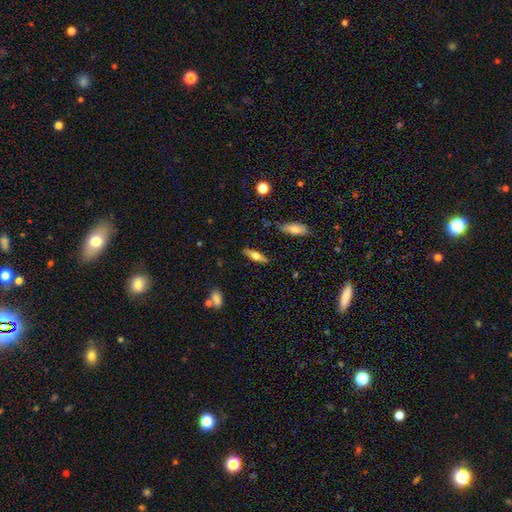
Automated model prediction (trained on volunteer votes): This is possibly a smooth galaxy (51%). How rounded: possibly cigar-shaped (49%). Merging: clearly none (83%).